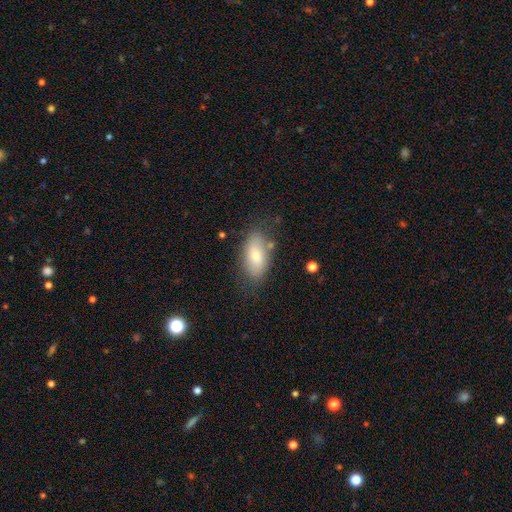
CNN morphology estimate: smooth 75%, featured or disk 18%, star or artifact 7%. Down the decision tree: how rounded — in between (91%); merging — none (73%).